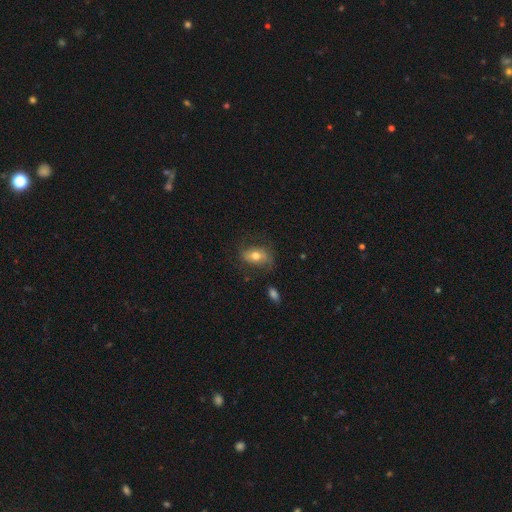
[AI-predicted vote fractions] Q: Smooth or featured?
A: smooth (53%); runner-up: featured or disk (38%)
Q: How rounded?
A: in between (78%); runner-up: round (19%)
Q: Merging?
A: none (63%); runner-up: minor disturbance (22%)